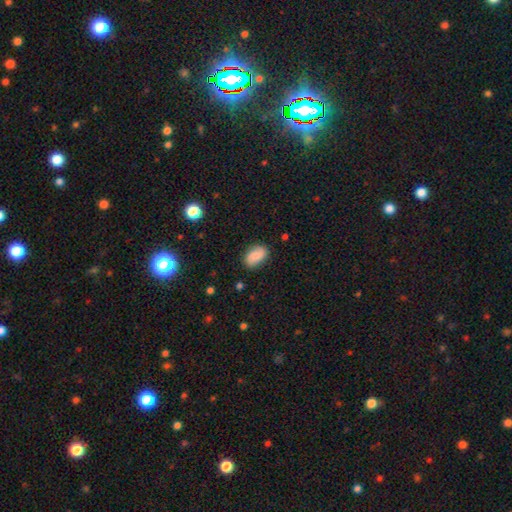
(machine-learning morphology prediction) Q: Smooth or featured?
A: smooth (78%); runner-up: featured or disk (14%)
Q: How rounded?
A: in between (89%); runner-up: round (9%)
Q: Merging?
A: none (82%); runner-up: minor disturbance (14%)